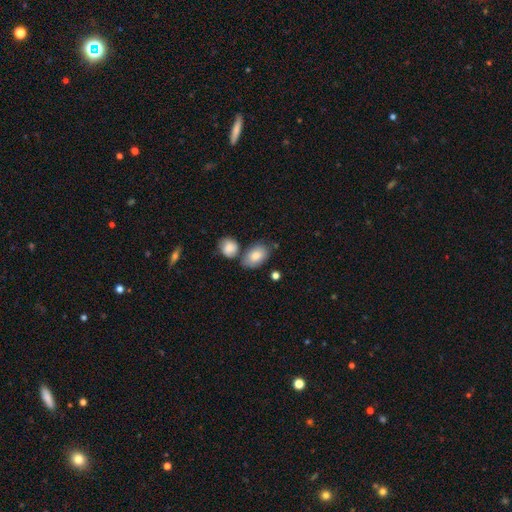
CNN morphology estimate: Smooth or featured: smooth — 80% (featured or disk — 13%)
How rounded: in between — 86% (round — 12%)
Merging: none — 58% (merger — 21%)